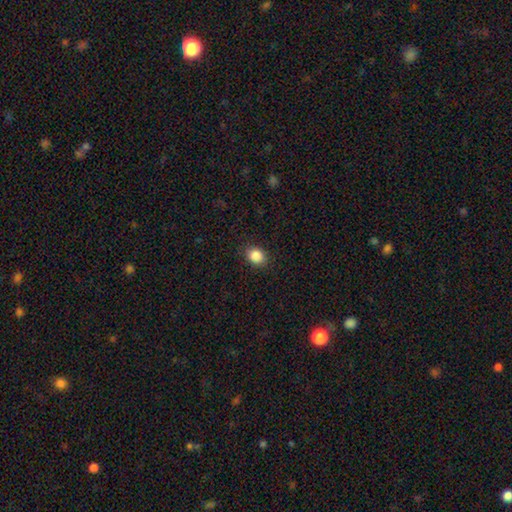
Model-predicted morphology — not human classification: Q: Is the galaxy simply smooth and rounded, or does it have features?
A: smooth — 87%.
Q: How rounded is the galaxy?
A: round — 54%.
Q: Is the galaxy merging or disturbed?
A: none — 89%.